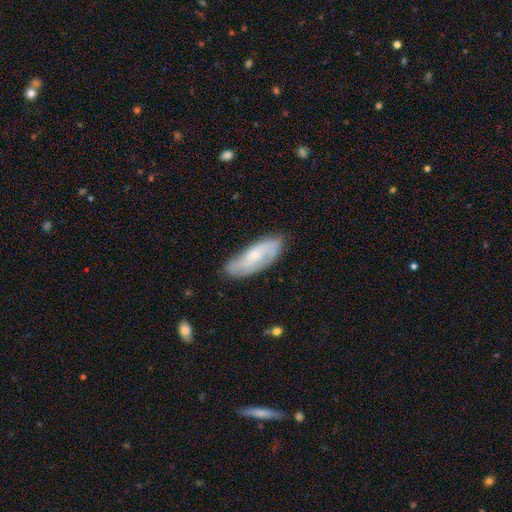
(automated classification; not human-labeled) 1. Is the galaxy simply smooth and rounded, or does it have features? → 57% featured or disk, 37% smooth, 7% star or artifact.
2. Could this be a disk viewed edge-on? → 87% no, 13% yes.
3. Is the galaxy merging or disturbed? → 75% none, 19% minor disturbance, 4% major disturbance, 1% merger.